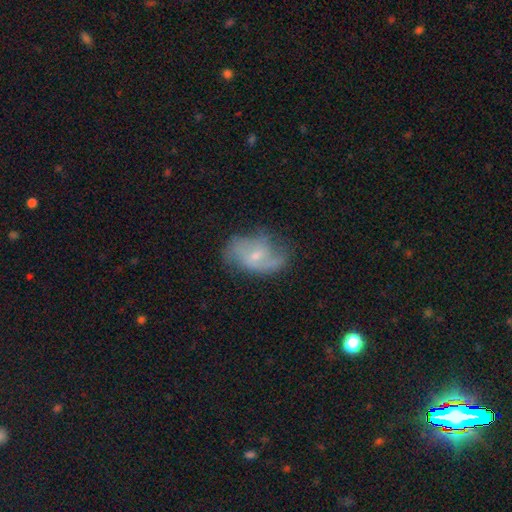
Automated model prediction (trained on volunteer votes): Q: Smooth or featured?
A: featured or disk (66%); runner-up: smooth (26%)
Q: Edge-on disk?
A: no (96%); runner-up: yes (4%)
Q: Bar?
A: weak (46%); tied with: no (46%)
Q: Spiral arms?
A: yes (84%); runner-up: no (16%)
Q: Spiral winding?
A: loose (44%); runner-up: medium (40%)
Q: Spiral arm count?
A: 2 (58%); runner-up: can't tell (20%)
Q: Bulge size?
A: small (61%); runner-up: moderate (31%)
Q: Merging?
A: none (55%); runner-up: minor disturbance (27%)